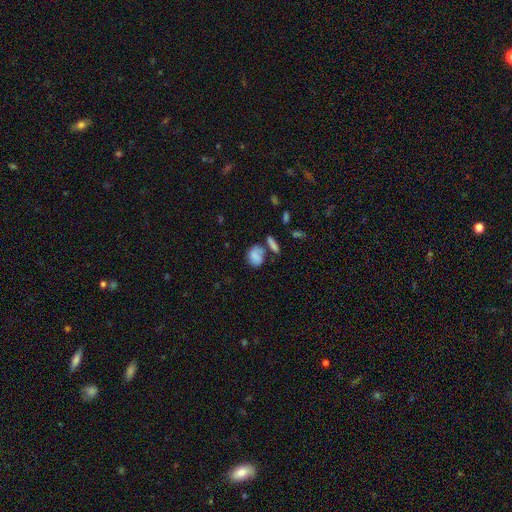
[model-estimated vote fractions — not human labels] smooth 80%, featured or disk 12%, star or artifact 9%. Down the decision tree: how rounded — in between (58%); merging — none (47%).